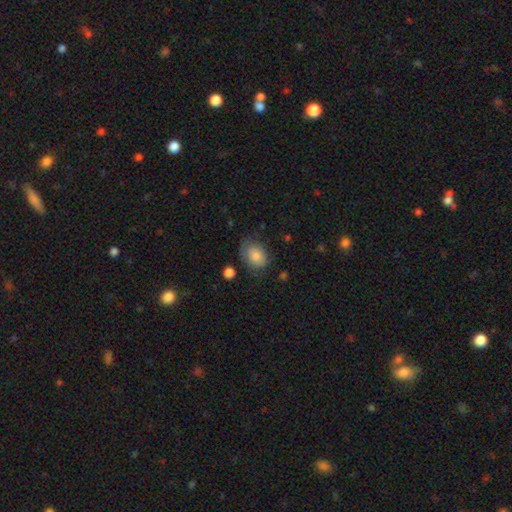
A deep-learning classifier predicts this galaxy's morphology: The model was most divided on "merging": none: 64%, minor disturbance: 25%, major disturbance: 9%, merger: 2%. More confident: smooth or featured — smooth (80%); how rounded — in between (70%).